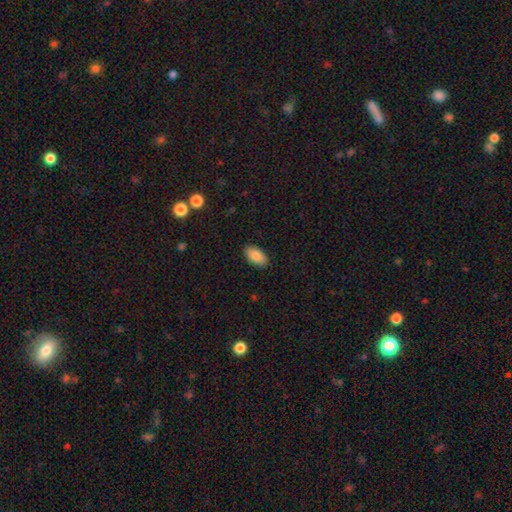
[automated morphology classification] Q: Smooth or featured?
A: smooth (87%); runner-up: star or artifact (7%)
Q: How rounded?
A: in between (94%); runner-up: round (3%)
Q: Merging?
A: none (88%); runner-up: minor disturbance (9%)